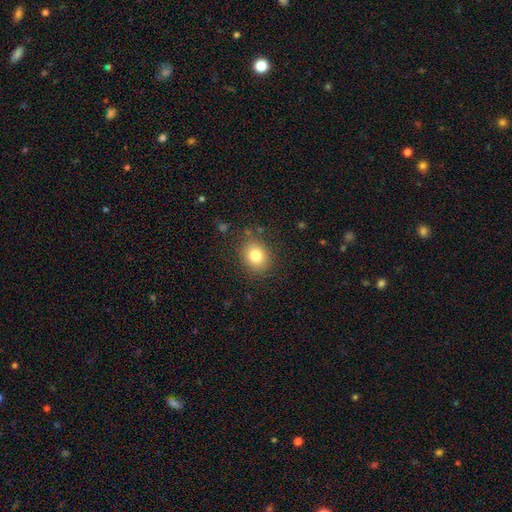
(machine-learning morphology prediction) smooth-or-featured: smooth: 80% | star or artifact: 11% | featured or disk: 9%
  how-rounded: round: 63% | in between: 36% | cigar-shaped: 1%
  merging: none: 85% | minor disturbance: 10% | major disturbance: 4% | merger: 2%